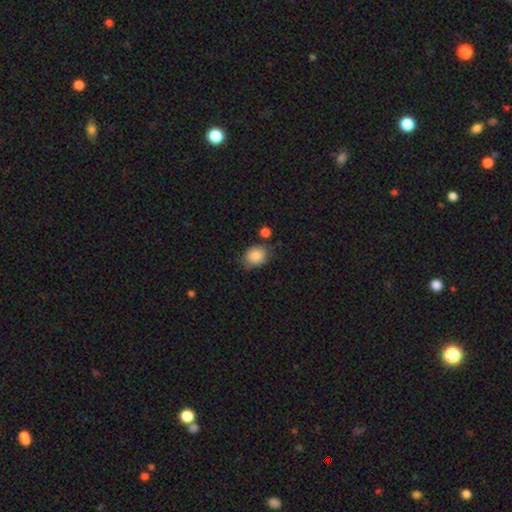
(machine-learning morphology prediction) This appears to be a smooth galaxy with no disk features (86%) that is round (60%). Merging: none (71%).